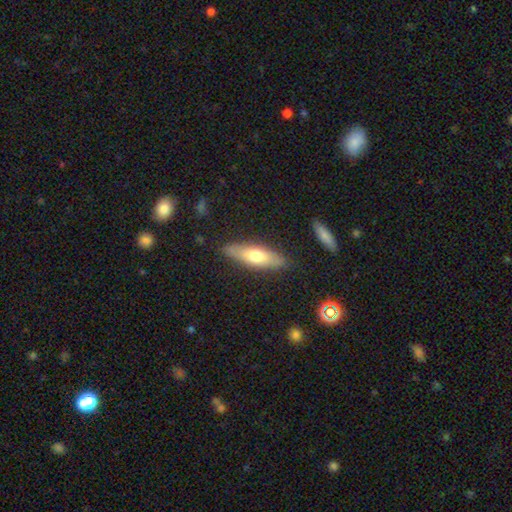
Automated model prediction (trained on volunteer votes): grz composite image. It shows a smooth galaxy with no disk features (62%) that is cigar-shaped (51%). Merging: none (85%).